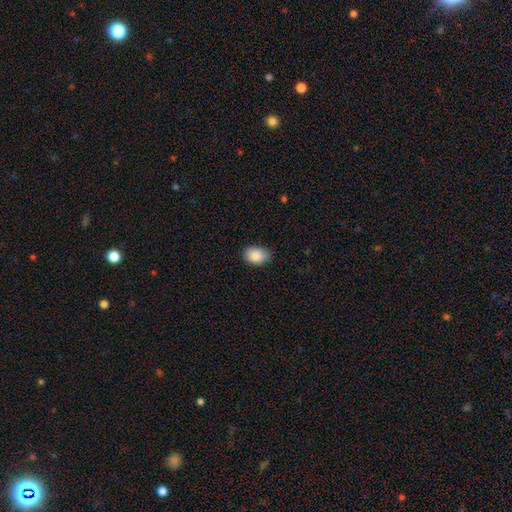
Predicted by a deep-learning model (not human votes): Q: Smooth or featured?
A: smooth (88%); runner-up: star or artifact (7%)
Q: How rounded?
A: in between (76%); runner-up: round (23%)
Q: Merging?
A: none (83%); runner-up: minor disturbance (13%)